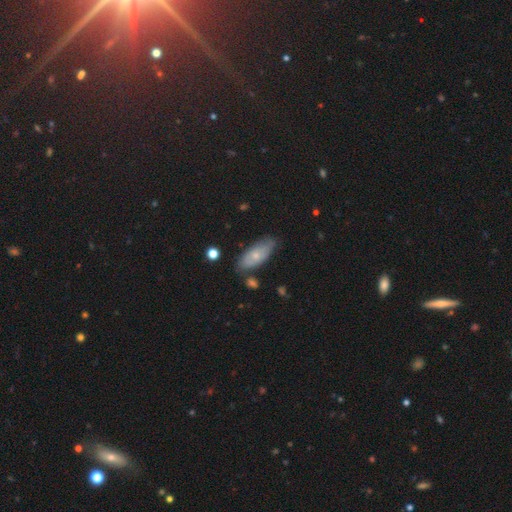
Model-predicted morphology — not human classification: A smooth galaxy with no disk features (64%) that is in between round and cigar-shaped (79%). Merging: none (72%).